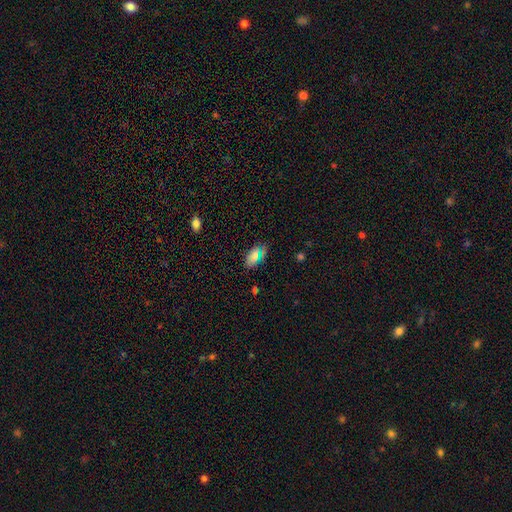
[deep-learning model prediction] This is likely a smooth galaxy (74%). How rounded: clearly in between (91%). Merging: clearly none (83%).